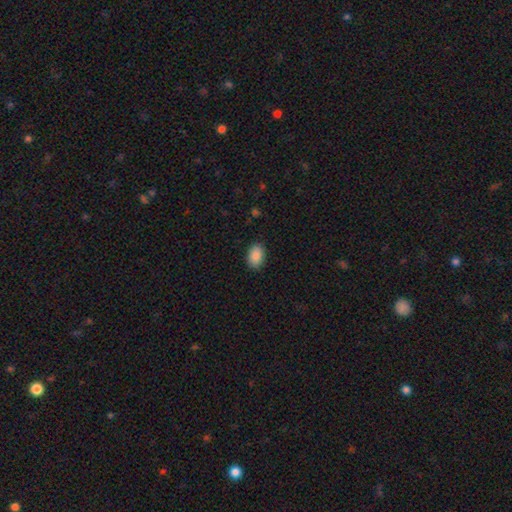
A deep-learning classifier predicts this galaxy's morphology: Smooth or featured?
  - smooth: 90% *
  - star or artifact: 7%
  - featured or disk: 3%
How rounded?
  - in between: 87% *
  - round: 12%
  - cigar-shaped: 1%
Merging?
  - none: 87% *
  - minor disturbance: 10%
  - major disturbance: 2%
  - merger: 1%